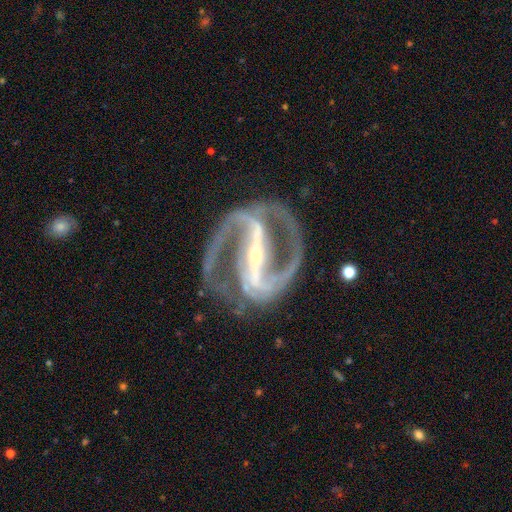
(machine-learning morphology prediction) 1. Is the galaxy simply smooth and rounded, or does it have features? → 94% featured or disk, 4% star or artifact, 2% smooth.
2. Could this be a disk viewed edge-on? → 96% no, 4% yes.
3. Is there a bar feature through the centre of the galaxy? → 87% strong, 9% weak, 4% no.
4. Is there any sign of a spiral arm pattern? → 98% yes, 2% no.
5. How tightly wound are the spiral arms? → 59% medium, 29% tight, 12% loose.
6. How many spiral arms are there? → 91% 2, 3% 3, 2% can't tell, 1% 1, 1% 4, 1% more than 4.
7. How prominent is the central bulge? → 82% small, 14% moderate, 1% none, 1% large, 1% dominant.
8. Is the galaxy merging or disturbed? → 77% none, 13% minor disturbance, 9% major disturbance, 2% merger.